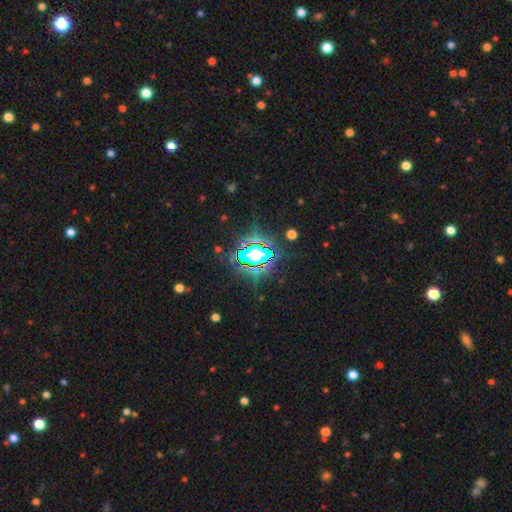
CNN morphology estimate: smooth-or-featured: star or artifact: 79% | smooth: 12% | featured or disk: 9%